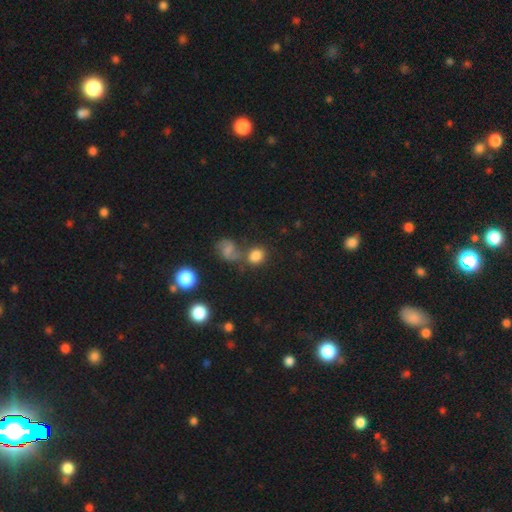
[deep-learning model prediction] Smooth or featured: smooth — 76% (star or artifact — 13%)
How rounded: round — 60% (in between — 38%)
Merging: none — 54% (merger — 27%)